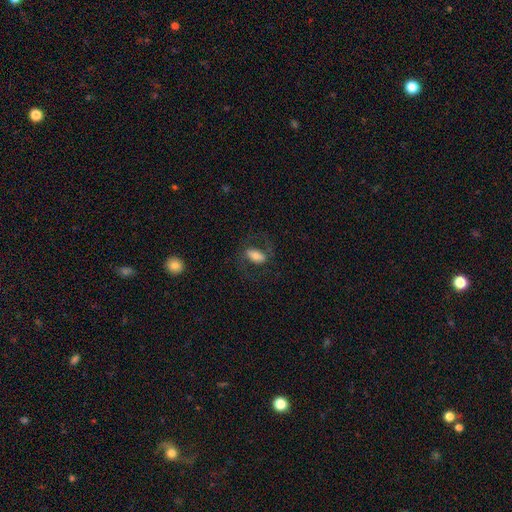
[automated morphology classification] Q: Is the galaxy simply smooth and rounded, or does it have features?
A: smooth — 58%.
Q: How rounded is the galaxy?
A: in between — 88%.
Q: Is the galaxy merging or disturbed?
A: none — 68%.